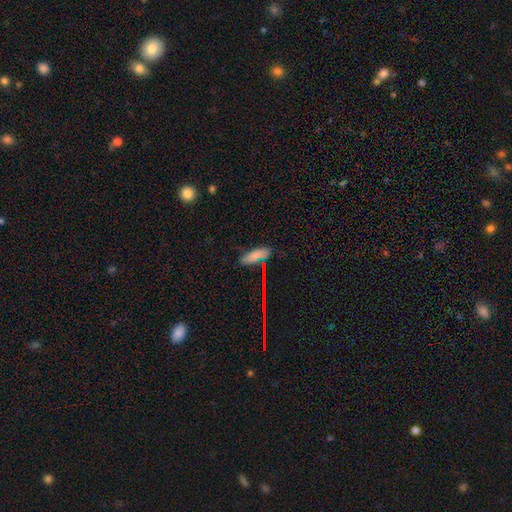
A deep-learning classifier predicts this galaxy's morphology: The model was most divided on "how rounded": in between: 56%, cigar-shaped: 42%, round: 3%. More confident: smooth or featured — smooth (78%); merging — none (74%).